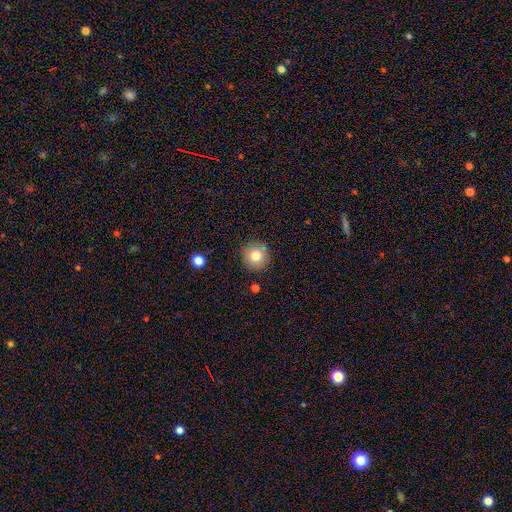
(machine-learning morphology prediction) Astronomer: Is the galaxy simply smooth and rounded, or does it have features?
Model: smooth — 79%.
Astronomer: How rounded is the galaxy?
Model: round — 94%.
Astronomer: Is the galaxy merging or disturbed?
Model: none — 87%.